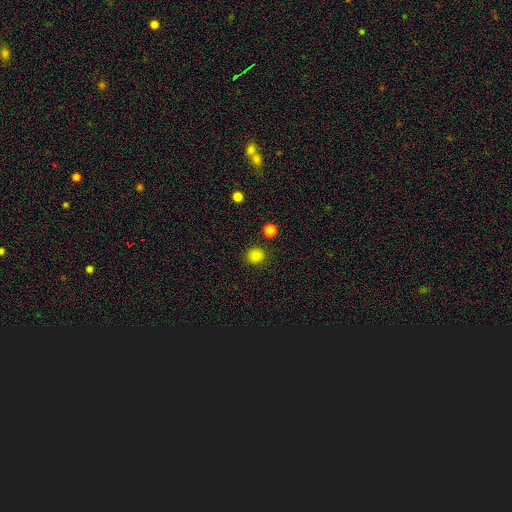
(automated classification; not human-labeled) A smooth galaxy with no disk features (84%) that is round (86%). Merging: none (88%).